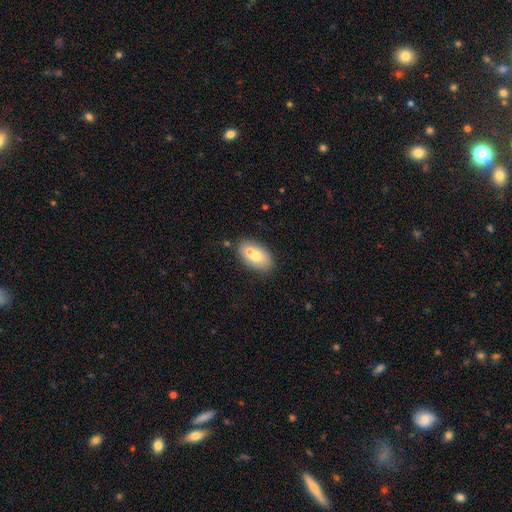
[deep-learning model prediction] Overall: smooth (68%). How rounded: in between (90%). Merging: none (50%; merger 34%).